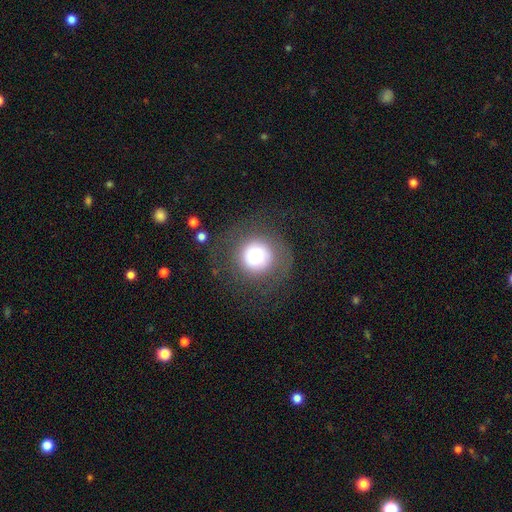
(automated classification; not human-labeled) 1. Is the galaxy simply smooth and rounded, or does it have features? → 65% smooth, 22% featured or disk, 13% star or artifact.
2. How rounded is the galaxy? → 95% round, 4% in between, 1% cigar-shaped.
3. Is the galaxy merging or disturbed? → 74% none, 12% minor disturbance, 12% major disturbance, 2% merger.